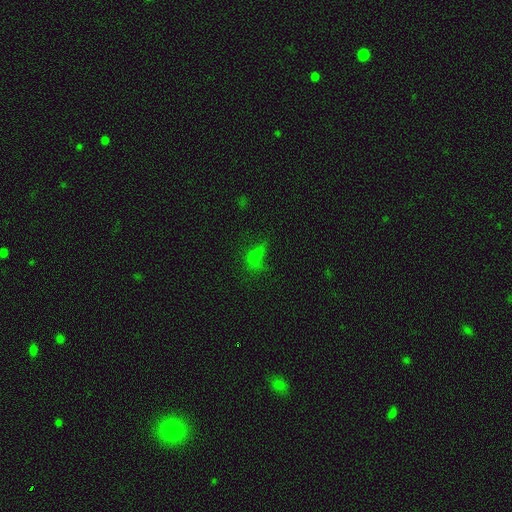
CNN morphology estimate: Smooth or featured?
  - smooth: 54% *
  - star or artifact: 28%
  - featured or disk: 18%
How rounded?
  - in between: 73% *
  - cigar-shaped: 16%
  - round: 10%
Merging?
  - none: 36% *
  - major disturbance: 35%
  - minor disturbance: 20%
  - merger: 10%